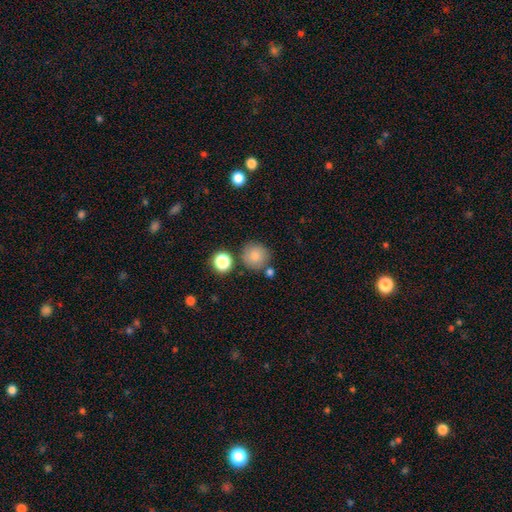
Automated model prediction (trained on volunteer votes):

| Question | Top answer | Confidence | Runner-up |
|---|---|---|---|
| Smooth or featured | smooth | 80% | star or artifact (10%) |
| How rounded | round | 92% | in between (7%) |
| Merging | none | 76% | minor disturbance (12%) |